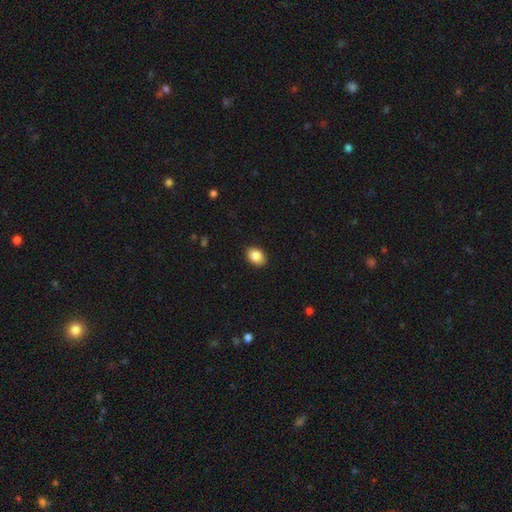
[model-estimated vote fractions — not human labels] smooth 86%, star or artifact 8%, featured or disk 6%. Down the decision tree: how rounded — in between (77%); merging — none (88%).